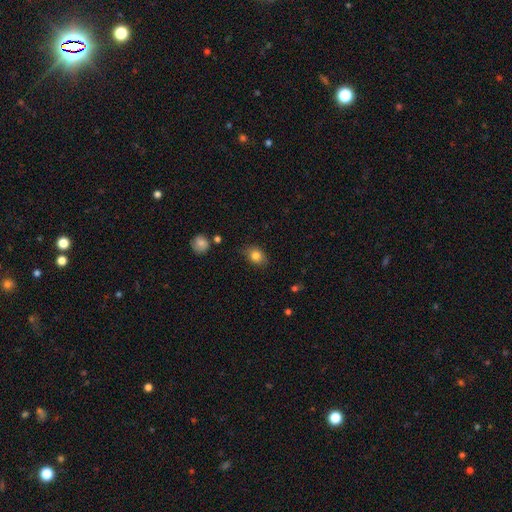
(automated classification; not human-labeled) smooth 82%, star or artifact 10%, featured or disk 8%. Down the decision tree: how rounded — in between (59%); merging — none (78%).